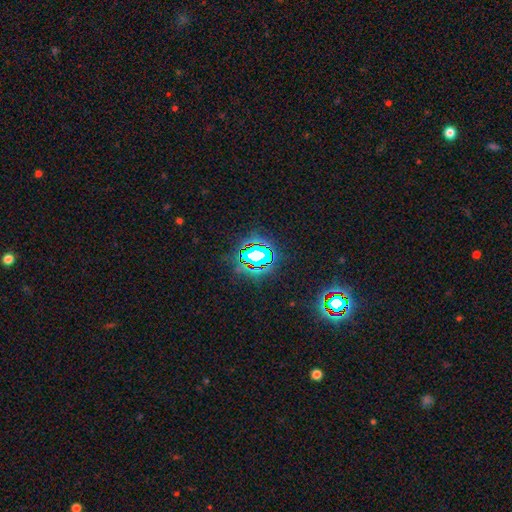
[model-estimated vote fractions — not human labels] Smooth or featured? Predicted: star or artifact (p=0.71).